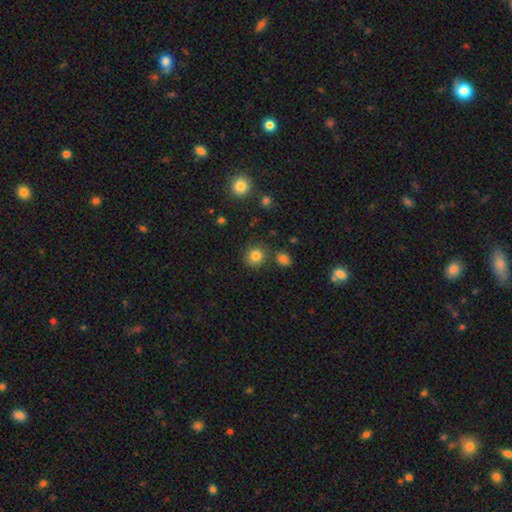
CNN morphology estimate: A smooth galaxy with no disk features (82%) that is round (89%). Merging: none (83%).